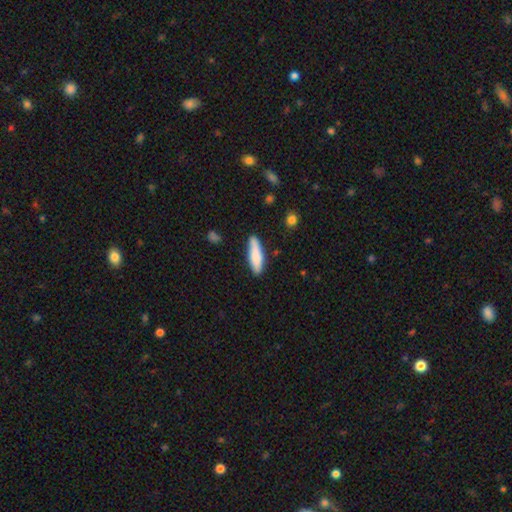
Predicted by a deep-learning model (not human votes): Smooth or featured? Predicted: smooth (p=0.81). How rounded? Predicted: cigar-shaped (p=0.64). Merging? Predicted: none (p=0.82).